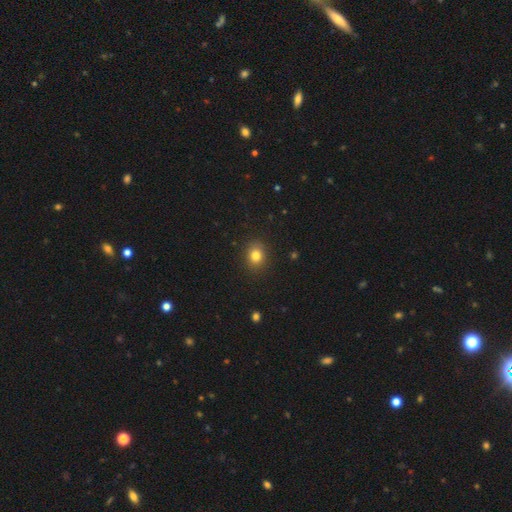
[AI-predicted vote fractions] This is clearly a smooth galaxy (81%). How rounded: likely round (62%). Merging: clearly none (88%).